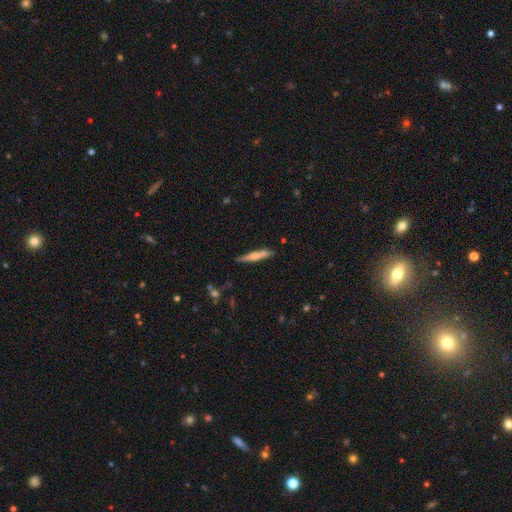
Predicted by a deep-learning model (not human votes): smooth-or-featured: smooth: 48% | featured or disk: 46% | star or artifact: 6%
  merging: none: 80% | minor disturbance: 13% | merger: 4% | major disturbance: 3%